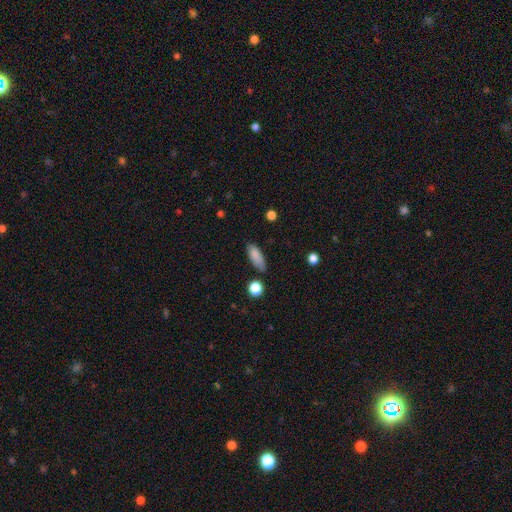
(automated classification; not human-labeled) smooth-or-featured: smooth: 85% | star or artifact: 8% | featured or disk: 7%
  how-rounded: in between: 75% | cigar-shaped: 22% | round: 3%
  merging: none: 68% | minor disturbance: 23% | major disturbance: 5% | merger: 4%